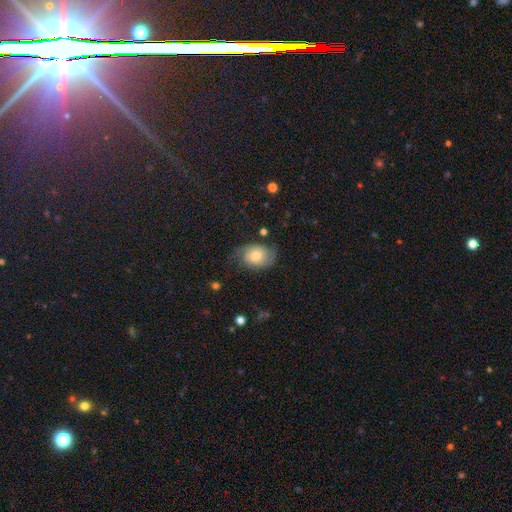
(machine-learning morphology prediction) Smooth or featured? Predicted: featured or disk (p=0.45, tied with smooth). Merging? Predicted: none (p=0.59).